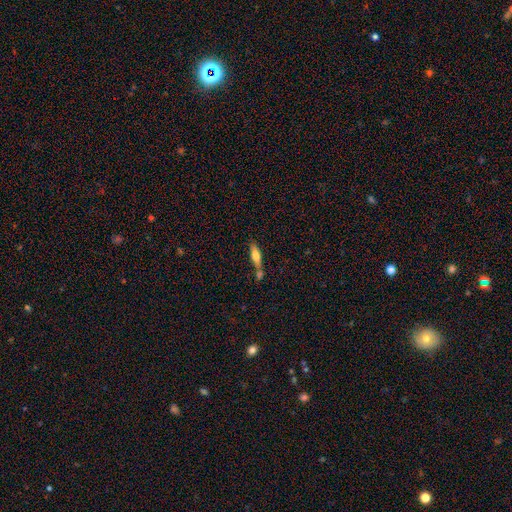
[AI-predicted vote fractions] smooth 64%, featured or disk 29%, star or artifact 7%. Down the decision tree: how rounded — cigar-shaped (59%); merging — none (50%).